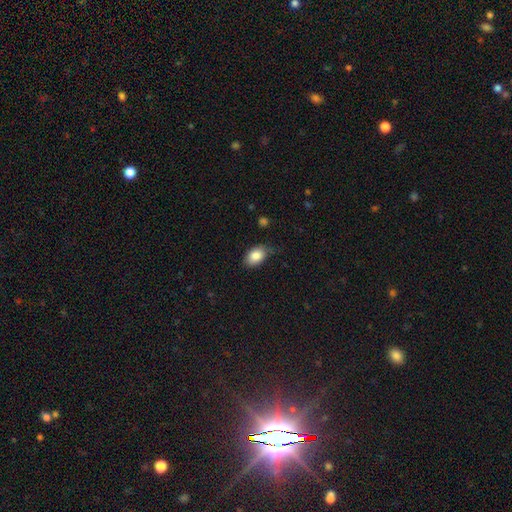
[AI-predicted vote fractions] Q: Smooth or featured?
A: smooth (85%); runner-up: star or artifact (8%)
Q: How rounded?
A: in between (88%); runner-up: round (11%)
Q: Merging?
A: none (72%); runner-up: minor disturbance (22%)